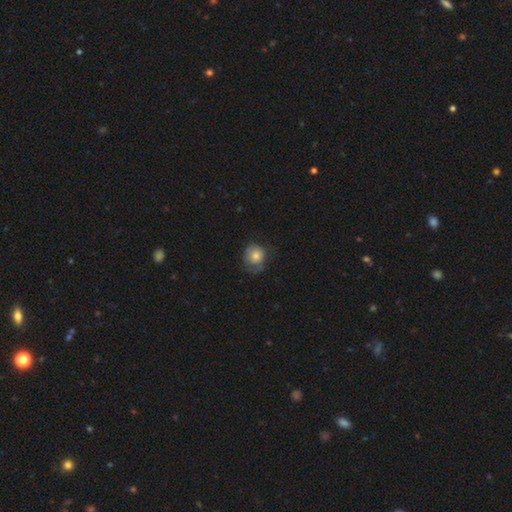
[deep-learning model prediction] A smooth galaxy with no disk features (70%) that is round (73%). Merging: none (50%).